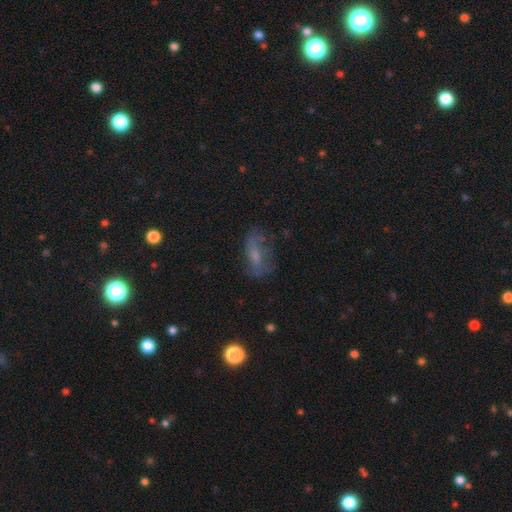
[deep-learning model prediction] Smooth or featured: smooth — 44% (featured or disk — 41%)
Merging: none — 56% (minor disturbance — 24%)